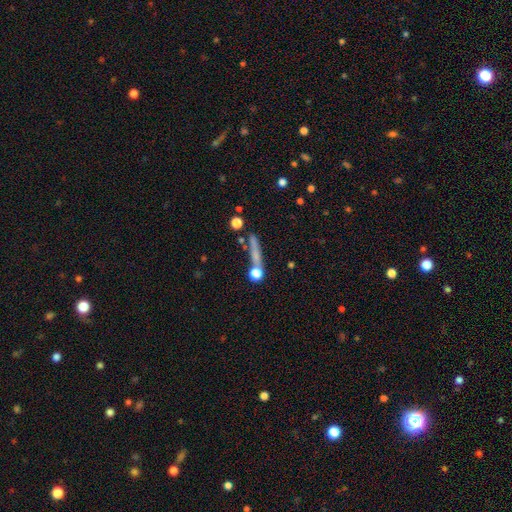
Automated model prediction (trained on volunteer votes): smooth-or-featured: smooth: 63% | featured or disk: 26% | star or artifact: 11%
  how-rounded: cigar-shaped: 81% | in between: 10% | round: 9%
  merging: none: 68% | minor disturbance: 13% | merger: 12% | major disturbance: 6%